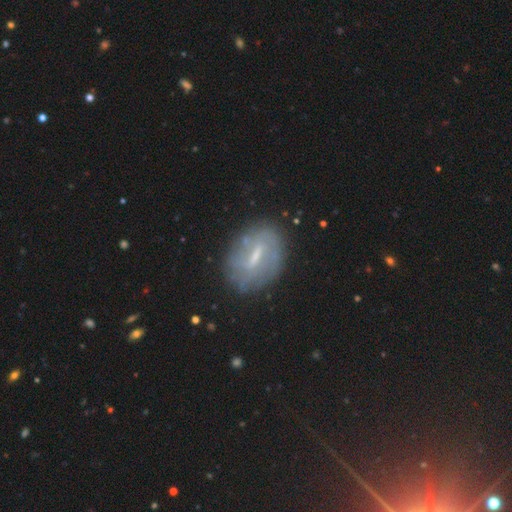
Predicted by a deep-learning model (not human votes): A featured or disk galaxy (63%) with a weak bar (47%), spiral arms (54%) and a small central bulge (47%).

Vote fractions:
- Smooth or featured? featured or disk: 63% / smooth: 28% / star or artifact: 9%
- Edge-on disk? no: 91% / yes: 9%
- Bar? weak: 47% / strong: 41% / no: 12%
- Spiral arms? yes: 54% / no: 46%
- Bulge size? small: 47% / moderate: 32% / none: 17% / large: 3% / dominant: 1%
- Merging? none: 74% / minor disturbance: 17% / major disturbance: 6% / merger: 2%